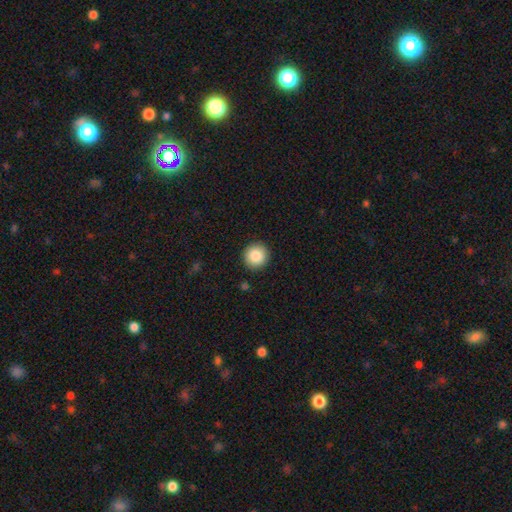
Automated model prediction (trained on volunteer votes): Q: Smooth or featured?
A: smooth (86%); runner-up: star or artifact (8%)
Q: How rounded?
A: round (94%); runner-up: in between (5%)
Q: Merging?
A: none (91%); runner-up: minor disturbance (6%)